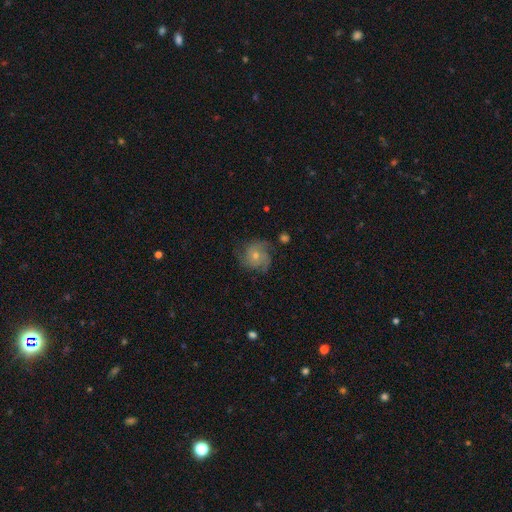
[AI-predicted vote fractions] Overall: featured or disk (59%; smooth 32%). Edge-on disk: no (98%). Bar: no (83%). Spiral arms: yes (86%). Bulge size: moderate (48%; small 47%). Merging: none (65%).